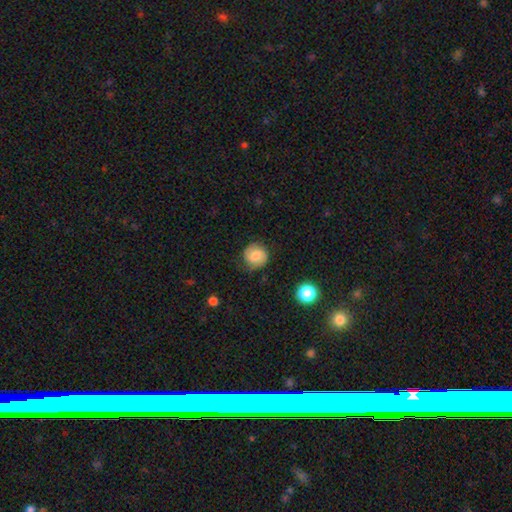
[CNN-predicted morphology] Smooth or featured: smooth — 53% (featured or disk — 38%)
How rounded: round — 87% (in between — 12%)
Merging: none — 78% (minor disturbance — 16%)